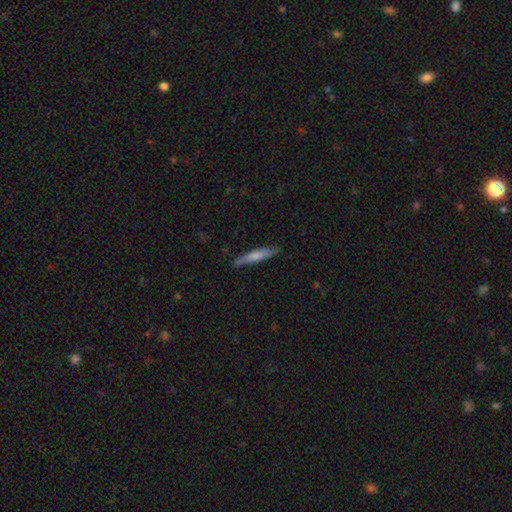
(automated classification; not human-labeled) Smooth or featured? Predicted: smooth (p=0.61). How rounded? Predicted: cigar-shaped (p=0.92). Merging? Predicted: none (p=0.84).